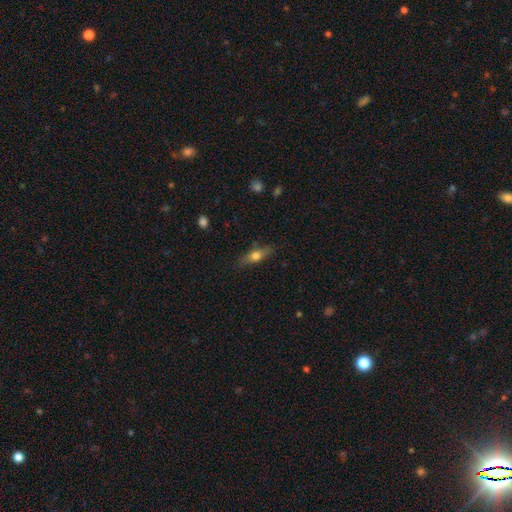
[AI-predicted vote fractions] smooth_or_featured: smooth (p=0.59) [alt: featured or disk p=0.34]
how_rounded: in between (p=0.50) [alt: cigar-shaped p=0.46]
merging: none (p=0.83) [alt: minor disturbance p=0.13]